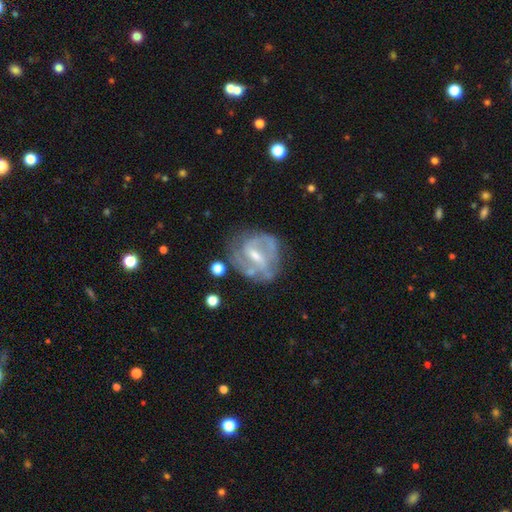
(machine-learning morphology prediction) smooth_or_featured: featured or disk (p=0.78) [alt: smooth p=0.14]
disk_edge_on: no (p=0.96) [alt: yes p=0.04]
bar: weak (p=0.48) [alt: strong p=0.34]
has_spiral_arms: yes (p=0.82) [alt: no p=0.18]
spiral_winding: medium (p=0.44) [alt: tight p=0.34]
spiral_arm_count: 2 (p=0.58) [alt: can't tell p=0.23]
bulge_size: small (p=0.50) [alt: moderate p=0.40]
merging: none (p=0.61) [alt: minor disturbance p=0.22]